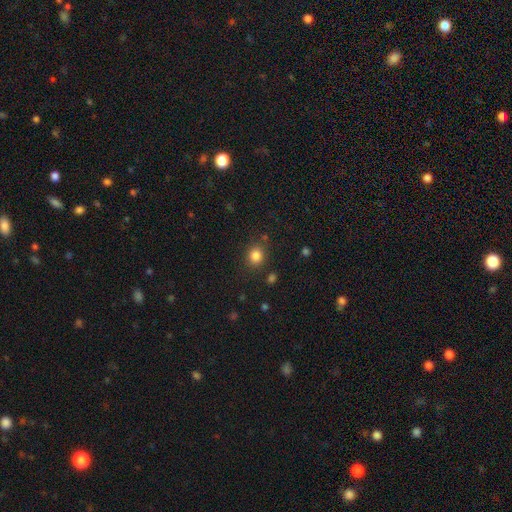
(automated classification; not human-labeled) smooth 83%, star or artifact 12%, featured or disk 5%. Down the decision tree: how rounded — round (78%); merging — none (83%).